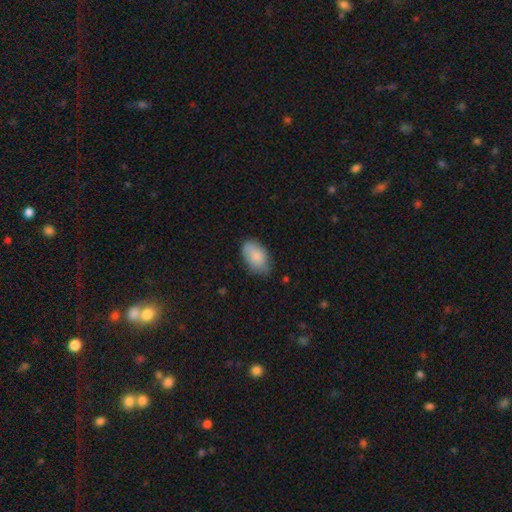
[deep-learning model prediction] This is clearly a smooth galaxy (84%). How rounded: clearly in between (92%). Merging: likely none (68%).